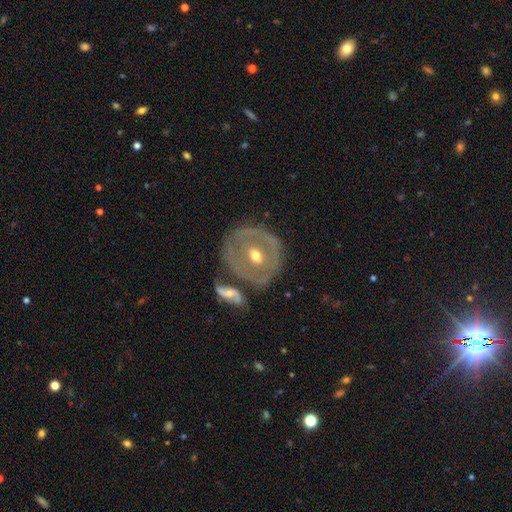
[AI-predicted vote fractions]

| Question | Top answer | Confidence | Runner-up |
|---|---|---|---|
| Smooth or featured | featured or disk | 65% | smooth (29%) |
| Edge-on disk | no | 93% | yes (7%) |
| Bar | no | 53% | weak (31%) |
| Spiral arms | no | 66% | yes (34%) |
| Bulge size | moderate | 68% | small (26%) |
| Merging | none | 60% | minor disturbance (17%) |